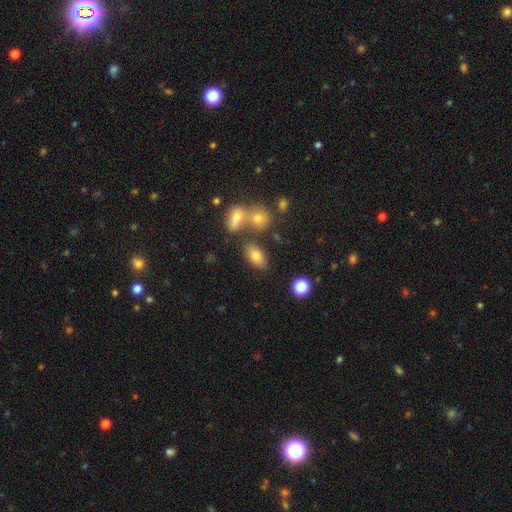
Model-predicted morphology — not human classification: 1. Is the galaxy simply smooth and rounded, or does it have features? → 78% smooth, 12% featured or disk, 11% star or artifact.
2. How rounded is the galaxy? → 89% in between, 8% round, 3% cigar-shaped.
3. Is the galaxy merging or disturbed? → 68% none, 16% merger, 12% minor disturbance, 4% major disturbance.